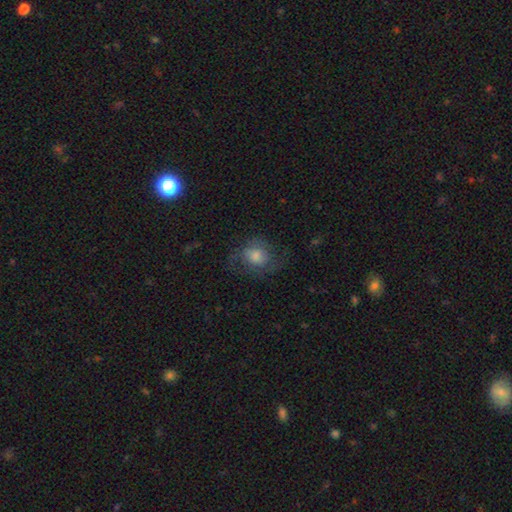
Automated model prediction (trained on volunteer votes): A smooth galaxy with no disk features (48%).

Vote fractions:
- Smooth or featured? smooth: 48% / featured or disk: 40% / star or artifact: 12%
- Merging? none: 61% / minor disturbance: 20% / major disturbance: 18% / merger: 1%